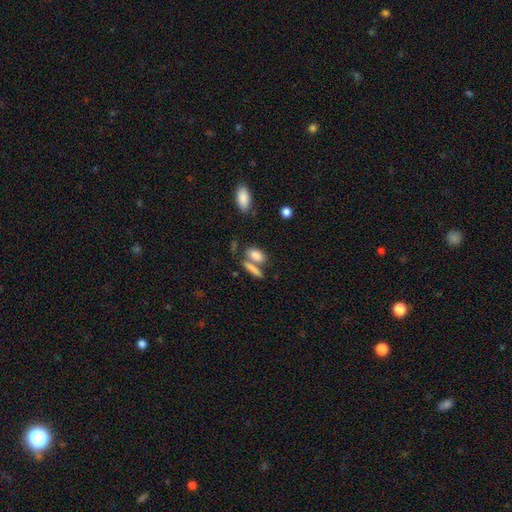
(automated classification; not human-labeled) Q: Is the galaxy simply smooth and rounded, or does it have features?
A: smooth — 82%.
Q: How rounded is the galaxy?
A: in between — 76%.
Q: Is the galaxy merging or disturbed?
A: none — 50%.